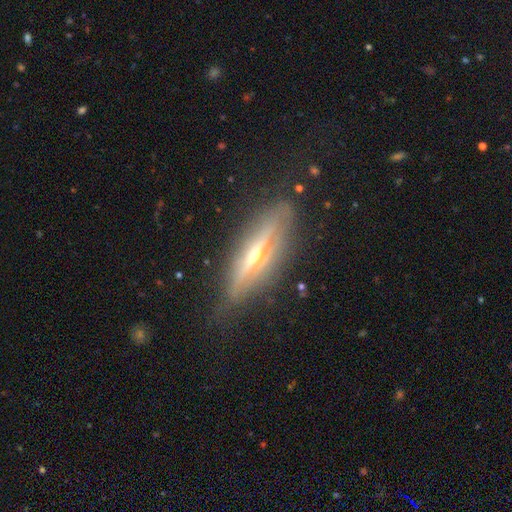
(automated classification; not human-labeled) Overall: featured or disk (78%). Edge-on disk: yes (91%). Edge-on bulge: rounded (89%). Merging: none (79%).